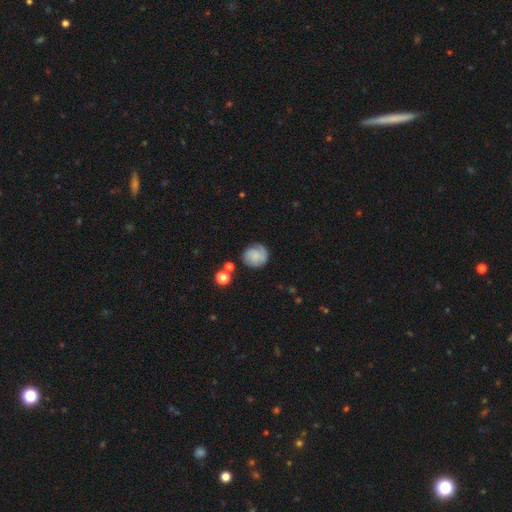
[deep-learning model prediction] Overall: smooth (53%; featured or disk 38%). How rounded: round (82%). Merging: none (70%).